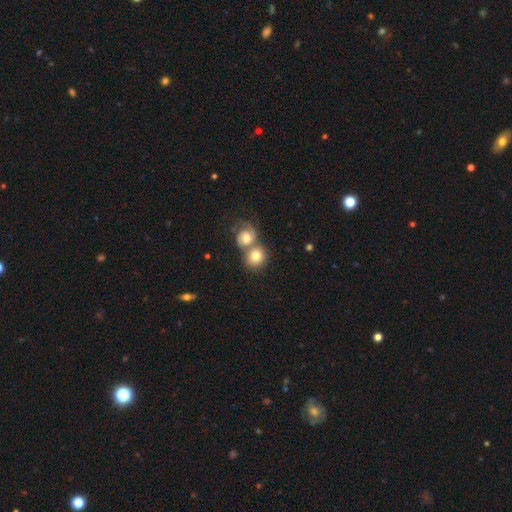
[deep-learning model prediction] Smooth or featured: smooth — 67% (featured or disk — 25%)
How rounded: round — 77% (in between — 22%)
Merging: merger — 58% (none — 30%)